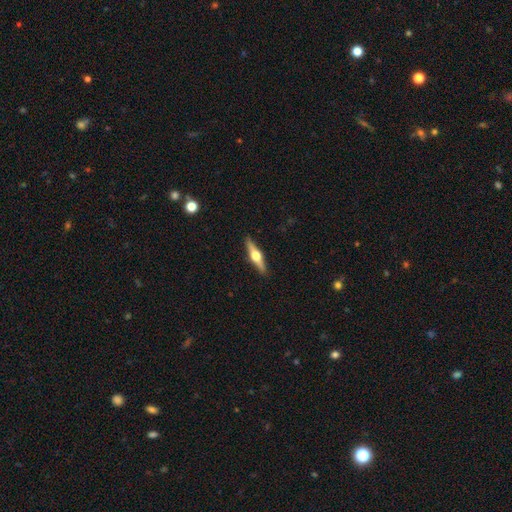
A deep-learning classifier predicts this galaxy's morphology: Q: Smooth or featured?
A: featured or disk (71%); runner-up: smooth (24%)
Q: Edge-on disk?
A: yes (97%); runner-up: no (3%)
Q: Edge-on bulge?
A: rounded (96%); runner-up: boxy (3%)
Q: Merging?
A: none (91%); runner-up: minor disturbance (7%)